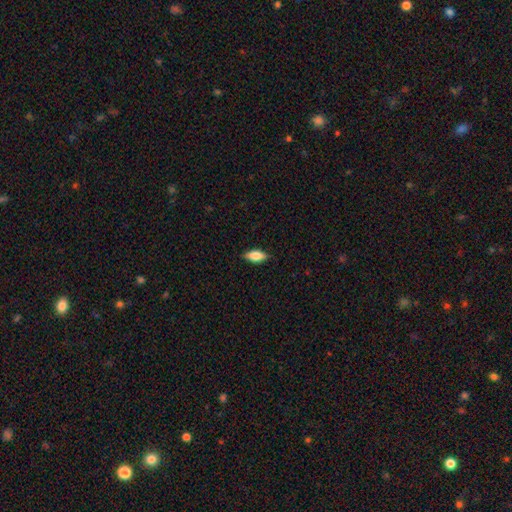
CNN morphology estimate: Smooth or featured? Predicted: smooth (p=0.75). How rounded? Predicted: in between (p=0.82). Merging? Predicted: none (p=0.85).